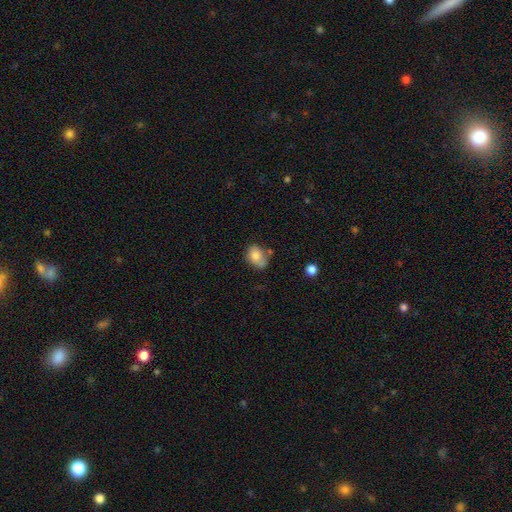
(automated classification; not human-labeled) Smooth or featured? Predicted: smooth (p=0.76). How rounded? Predicted: in between (p=0.64). Merging? Predicted: none (p=0.52).